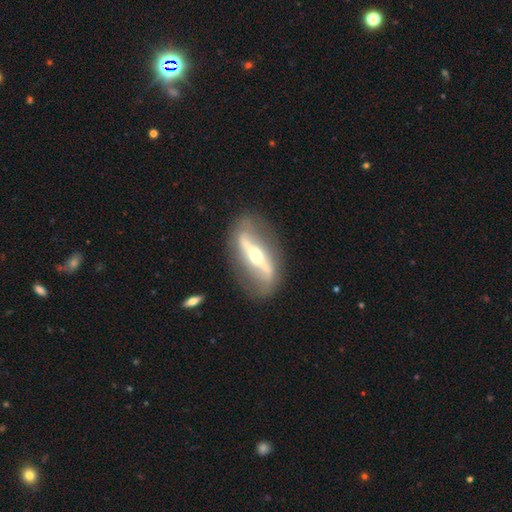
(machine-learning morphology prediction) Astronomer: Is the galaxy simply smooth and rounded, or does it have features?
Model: featured or disk — 83%.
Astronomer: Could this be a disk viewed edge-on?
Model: no — 68%.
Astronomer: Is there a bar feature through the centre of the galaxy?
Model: strong — 76%.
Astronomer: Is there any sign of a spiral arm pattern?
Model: yes — 60% (runner-up: no, 40%).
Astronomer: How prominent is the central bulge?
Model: moderate — 60%.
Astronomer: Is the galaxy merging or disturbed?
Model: none — 78%.